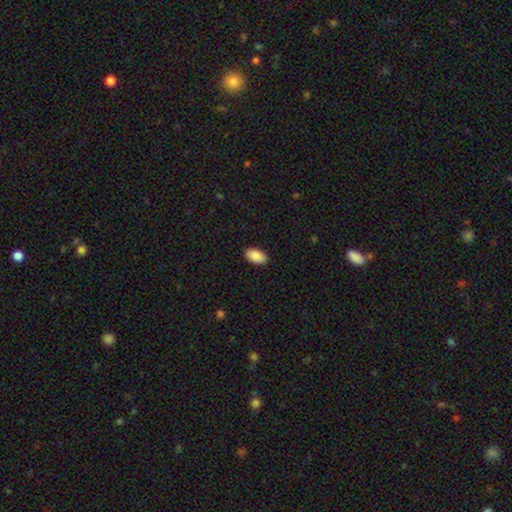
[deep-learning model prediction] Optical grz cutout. It shows a smooth galaxy with no disk features (89%) that is in between round and cigar-shaped (95%). Merging: none (90%).